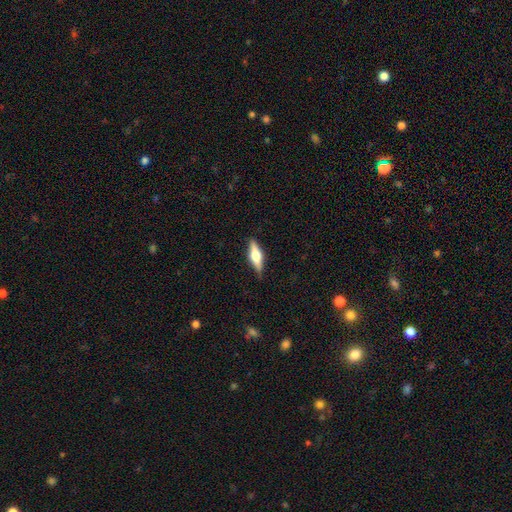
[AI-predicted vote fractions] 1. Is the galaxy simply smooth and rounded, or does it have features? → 61% featured or disk, 33% smooth, 6% star or artifact.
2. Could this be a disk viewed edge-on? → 96% yes, 4% no.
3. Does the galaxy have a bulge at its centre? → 93% rounded, 5% boxy, 2% none.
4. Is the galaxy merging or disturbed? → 87% none, 9% minor disturbance, 2% major disturbance, 1% merger.